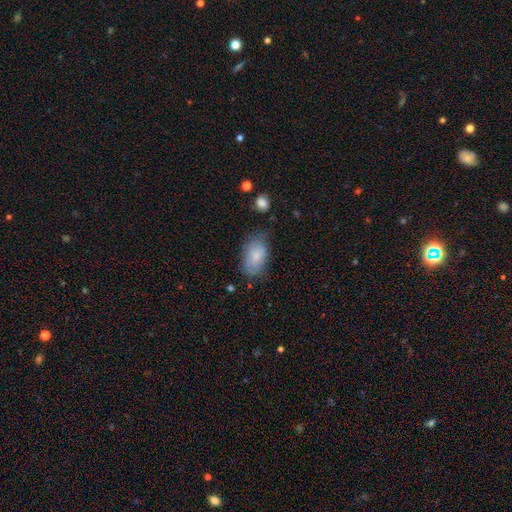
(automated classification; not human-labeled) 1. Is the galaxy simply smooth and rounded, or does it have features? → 80% smooth, 13% featured or disk, 7% star or artifact.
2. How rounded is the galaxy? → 92% in between, 6% round, 2% cigar-shaped.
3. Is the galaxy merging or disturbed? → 61% none, 28% minor disturbance, 8% major disturbance, 3% merger.